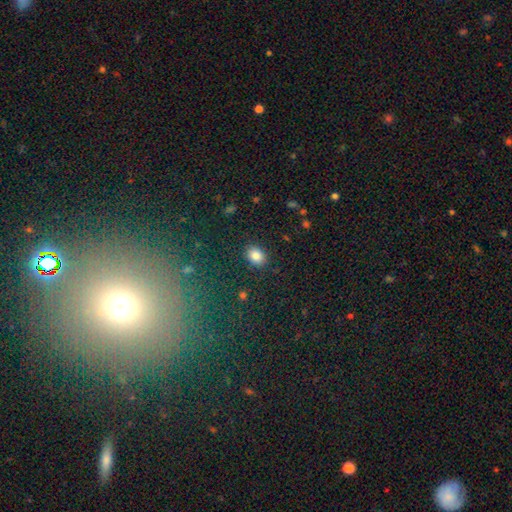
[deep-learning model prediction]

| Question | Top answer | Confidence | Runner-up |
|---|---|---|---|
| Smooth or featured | smooth | 85% | star or artifact (10%) |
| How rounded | in between | 66% | round (33%) |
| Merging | none | 86% | minor disturbance (9%) |